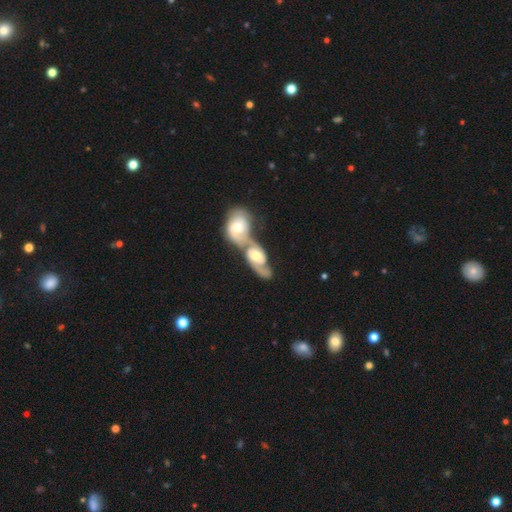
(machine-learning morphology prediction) This appears to be a featured or disk galaxy (77%) with no bar (58%), 2 (83%) medium (47%) spiral arms (89%) and a moderate central bulge (64%). Merging: merger (76%).